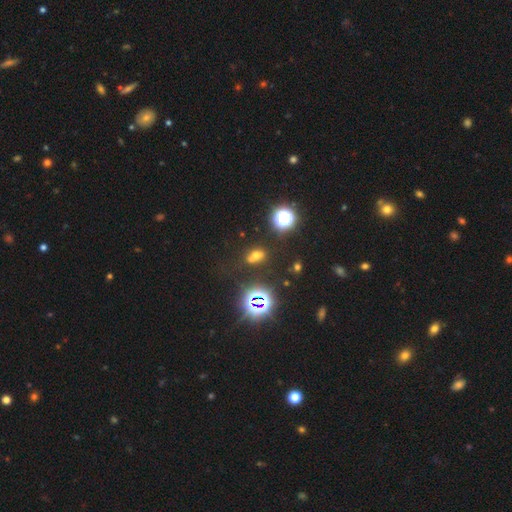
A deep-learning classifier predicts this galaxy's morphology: A smooth galaxy with no disk features (53%) that is in between round and cigar-shaped (60%).

Vote fractions:
- Smooth or featured? smooth: 53% / star or artifact: 34% / featured or disk: 14%
- How rounded? in between: 60% / round: 37% / cigar-shaped: 4%
- Merging? none: 54% / merger: 27% / minor disturbance: 13% / major disturbance: 6%